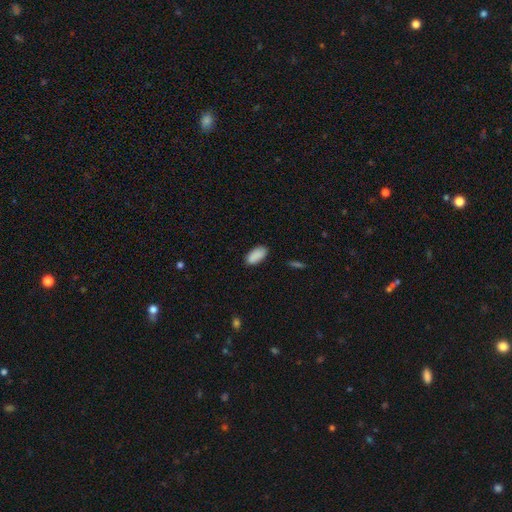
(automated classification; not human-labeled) Morphology: type=smooth (90%); roundness=in between (93%); merging=none (86%).